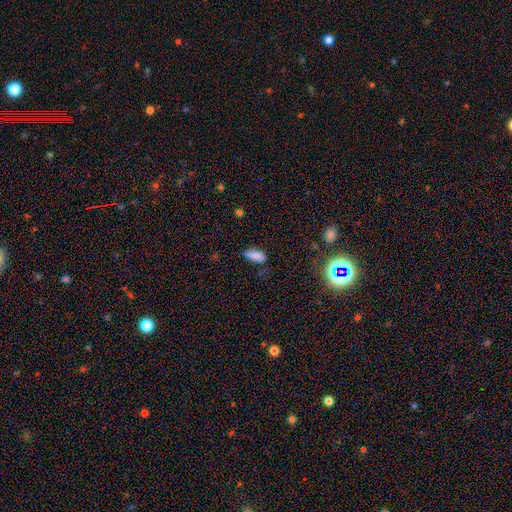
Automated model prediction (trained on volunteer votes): This appears to be a smooth galaxy with no disk features (82%) that is in between round and cigar-shaped (82%). Merging: none (65%).